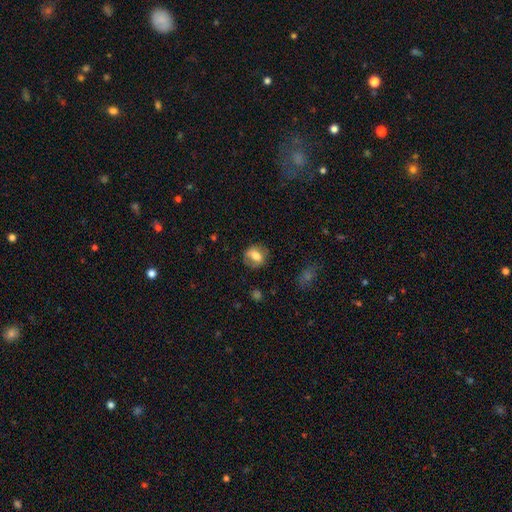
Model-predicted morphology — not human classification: smooth-or-featured: smooth: 62% | featured or disk: 30% | star or artifact: 8%
  how-rounded: round: 54% | in between: 44% | cigar-shaped: 2%
  merging: none: 76% | minor disturbance: 16% | major disturbance: 6% | merger: 1%